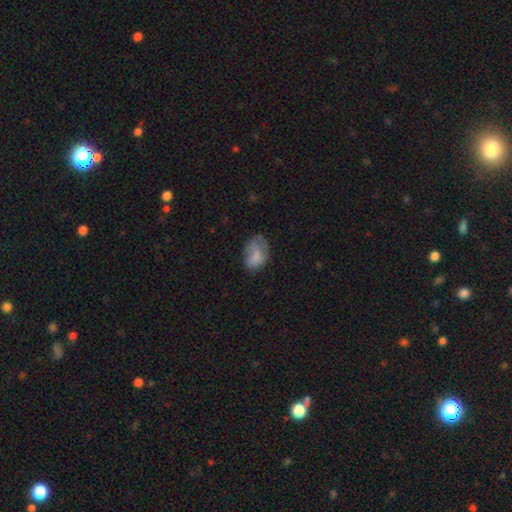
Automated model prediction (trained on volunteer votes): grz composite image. It shows a smooth galaxy with no disk features (71%) that is in between round and cigar-shaped (81%). Merging: none (45%).